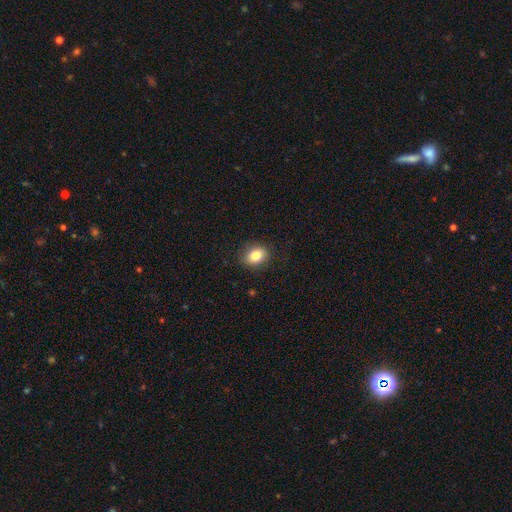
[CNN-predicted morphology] The model was most divided on "how rounded": in between: 52%, round: 47%, cigar-shaped: 1%. More confident: merging — none (87%); smooth or featured — smooth (83%).